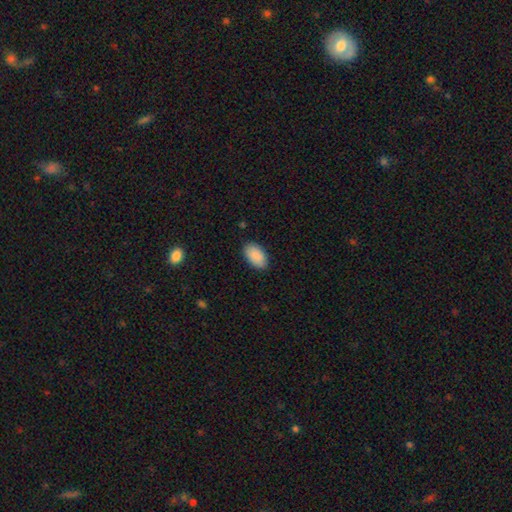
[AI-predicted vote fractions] Q: Smooth or featured?
A: smooth (90%); runner-up: star or artifact (6%)
Q: How rounded?
A: in between (94%); runner-up: round (4%)
Q: Merging?
A: none (86%); runner-up: minor disturbance (11%)